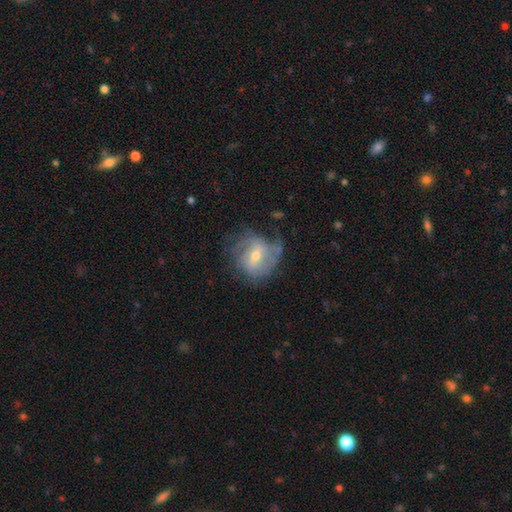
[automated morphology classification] A featured or disk galaxy (75%) with a weak bar (50%), tight (40%) spiral arms (85%) and a moderate central bulge (51%). Merging: none (57%).